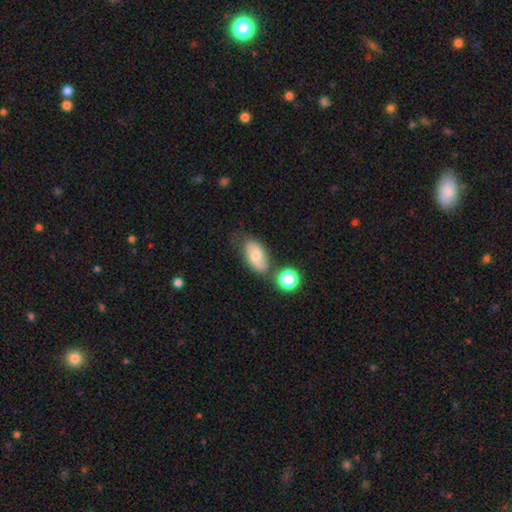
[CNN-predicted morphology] The model was most divided on "smooth or featured": smooth: 57%, featured or disk: 34%, star or artifact: 10%. More confident: how rounded — in between (89%); merging — none (61%).